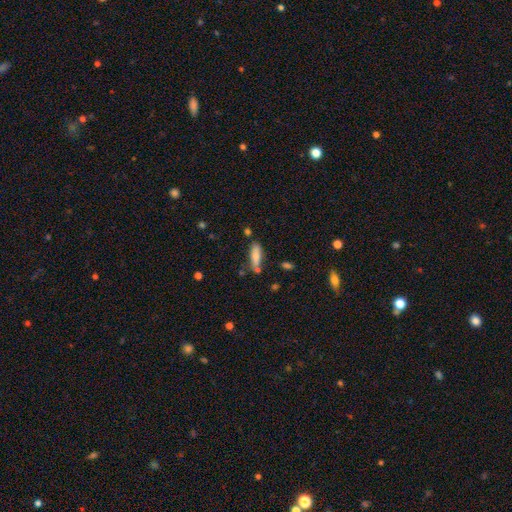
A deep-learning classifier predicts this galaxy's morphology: A smooth galaxy with no disk features (73%) that is in between round and cigar-shaped (53%). Merging: none (64%).